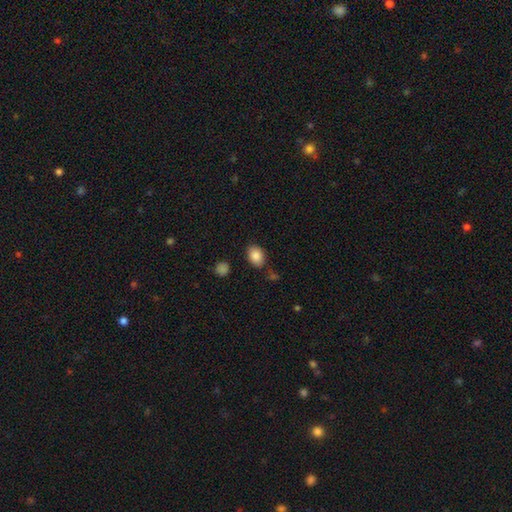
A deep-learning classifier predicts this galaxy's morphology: Smooth or featured? smooth (86%)
How rounded? in between (73%)
Merging? none (79%)